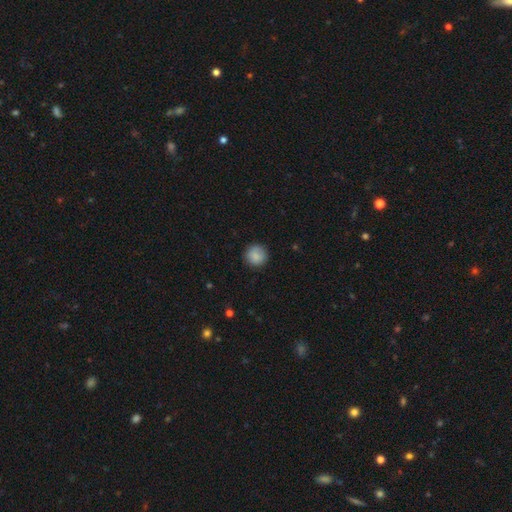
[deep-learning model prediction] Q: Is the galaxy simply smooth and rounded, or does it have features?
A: smooth — 87%.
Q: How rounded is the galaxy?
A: round — 94%.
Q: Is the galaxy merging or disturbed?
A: none — 87%.